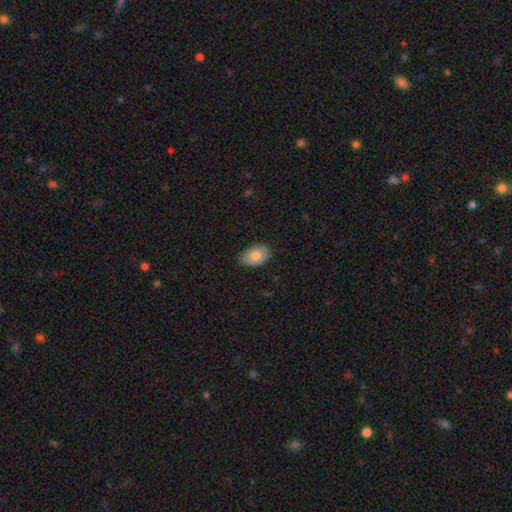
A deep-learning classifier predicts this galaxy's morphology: The model was most divided on "smooth or featured": smooth: 79%, featured or disk: 14%, star or artifact: 7%. More confident: how rounded — in between (89%); merging — none (81%).